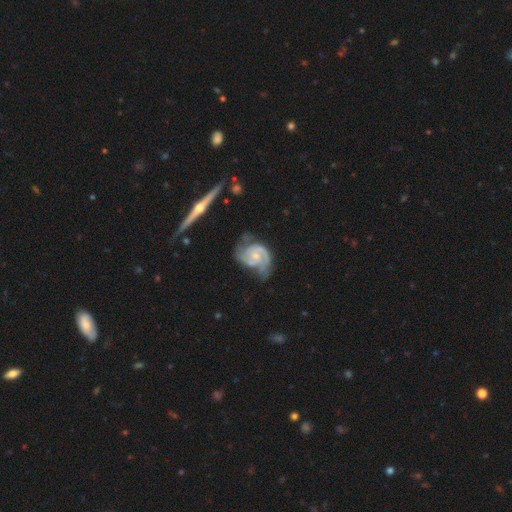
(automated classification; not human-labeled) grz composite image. It shows a featured or disk galaxy (89%) with no bar (63%), 2 (79%) medium (49%) spiral arms (97%) and a small central bulge (57%). Merging: none (50%).